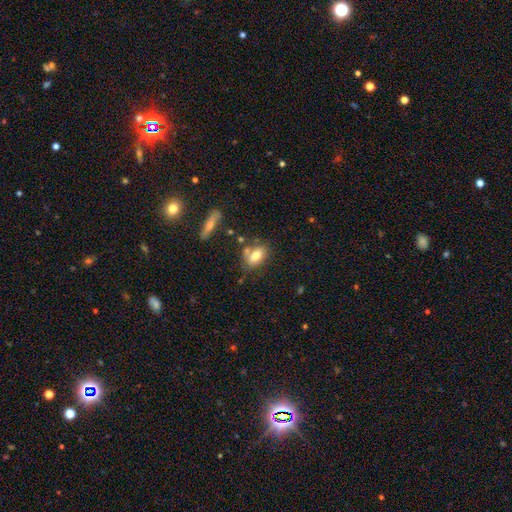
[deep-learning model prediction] This is likely a smooth galaxy (74%). How rounded: clearly in between (84%). Merging: likely none (61%).